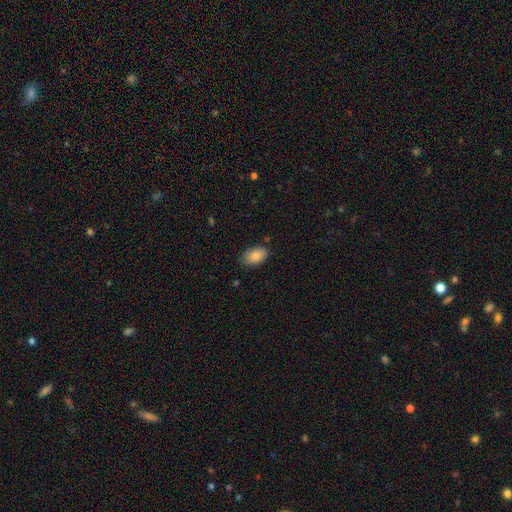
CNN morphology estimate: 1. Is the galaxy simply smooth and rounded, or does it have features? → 86% smooth, 7% star or artifact, 7% featured or disk.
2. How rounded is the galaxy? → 92% in between, 6% round, 1% cigar-shaped.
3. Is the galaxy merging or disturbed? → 80% none, 16% minor disturbance, 3% major disturbance, 1% merger.